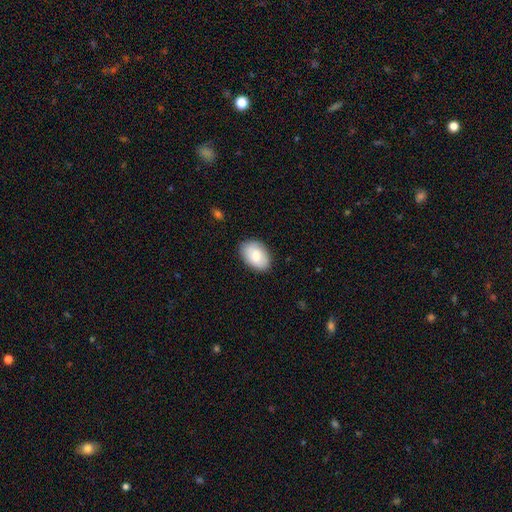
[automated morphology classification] Smooth or featured?
  - smooth: 79% *
  - featured or disk: 15%
  - star or artifact: 6%
How rounded?
  - in between: 89% *
  - round: 10%
  - cigar-shaped: 1%
Merging?
  - none: 83% *
  - minor disturbance: 13%
  - major disturbance: 3%
  - merger: 1%